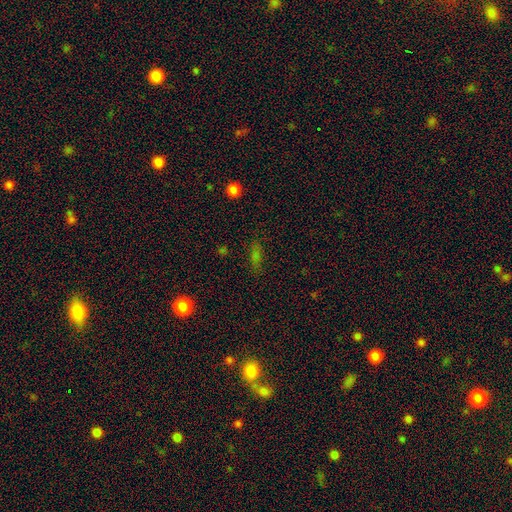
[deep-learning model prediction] A smooth galaxy with no disk features (58%) that is in between round and cigar-shaped (53%). Merging: none (79%).